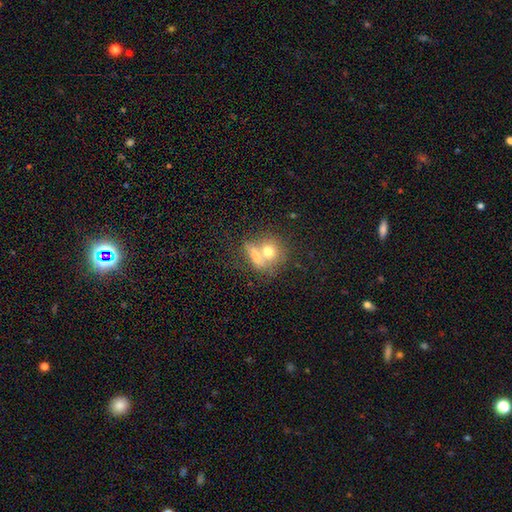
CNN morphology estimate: smooth-or-featured: smooth: 71% | featured or disk: 19% | star or artifact: 10%
  how-rounded: round: 60% | in between: 34% | cigar-shaped: 5%
  merging: merger: 48% | none: 34% | minor disturbance: 10% | major disturbance: 7%